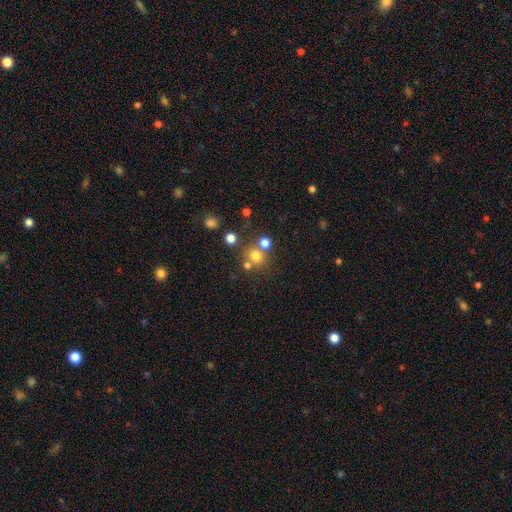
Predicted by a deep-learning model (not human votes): smooth-or-featured: smooth: 72% | star or artifact: 18% | featured or disk: 10%
  how-rounded: round: 83% | in between: 16% | cigar-shaped: 1%
  merging: none: 63% | merger: 24% | minor disturbance: 9% | major disturbance: 4%